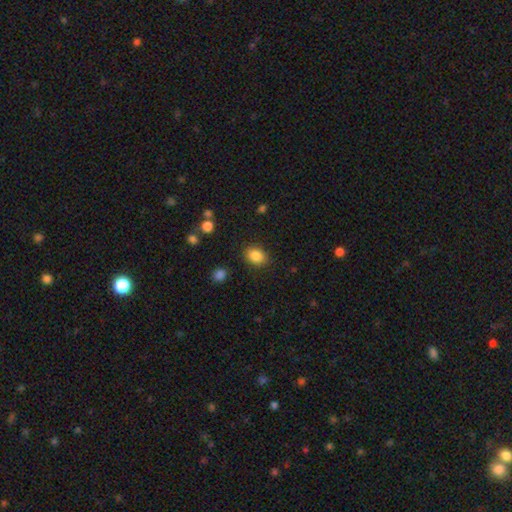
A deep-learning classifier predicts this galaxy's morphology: Smooth or featured? smooth (86%)
How rounded? in between (62%)
Merging? none (86%)